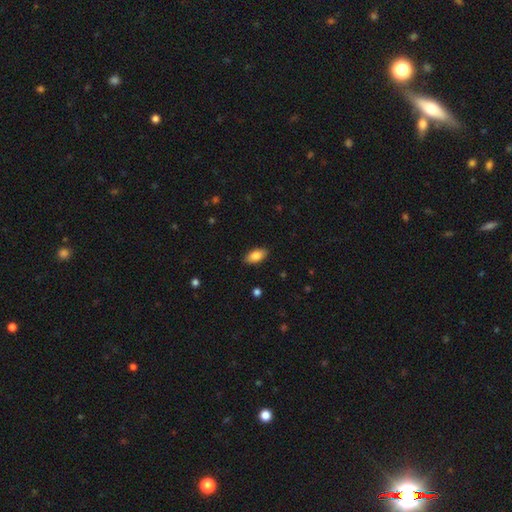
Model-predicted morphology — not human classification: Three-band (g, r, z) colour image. It shows a smooth galaxy with no disk features (85%) that is in between round and cigar-shaped (92%). Merging: none (88%).